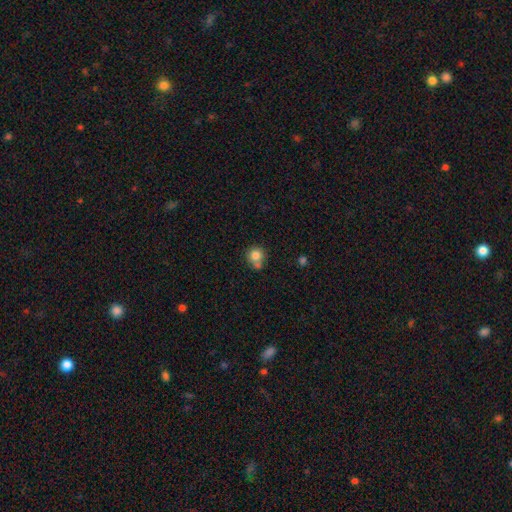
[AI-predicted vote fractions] A smooth galaxy with no disk features (81%) that is round (90%).

Vote fractions:
- Smooth or featured? smooth: 81% / star or artifact: 10% / featured or disk: 9%
- How rounded? round: 90% / in between: 9% / cigar-shaped: 1%
- Merging? none: 55% / merger: 27% / minor disturbance: 14% / major disturbance: 4%